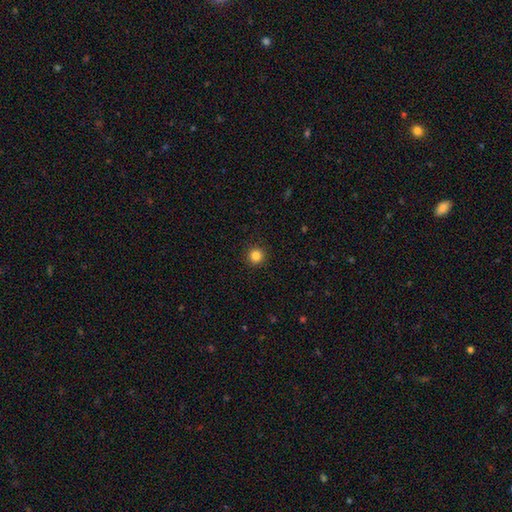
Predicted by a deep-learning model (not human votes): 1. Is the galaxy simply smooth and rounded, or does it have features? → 84% smooth, 12% star or artifact, 4% featured or disk.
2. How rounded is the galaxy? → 95% round, 4% in between, 1% cigar-shaped.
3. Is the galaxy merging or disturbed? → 92% none, 5% minor disturbance, 2% major disturbance, 1% merger.